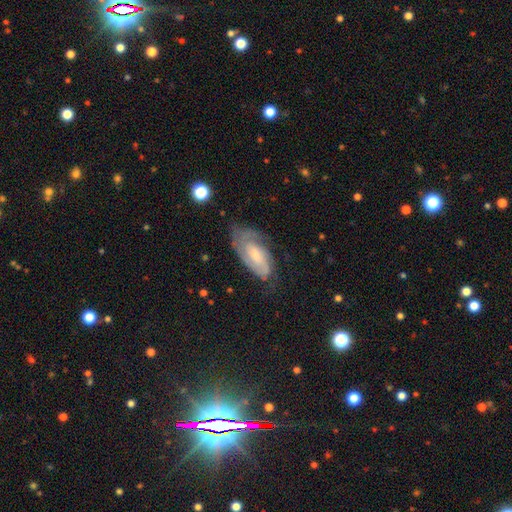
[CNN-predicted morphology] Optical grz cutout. It shows a featured or disk galaxy (75%) with no bar (54%), 2 (53%) tight (59%) spiral arms (93%) and a small central bulge (56%). Merging: none (62%).